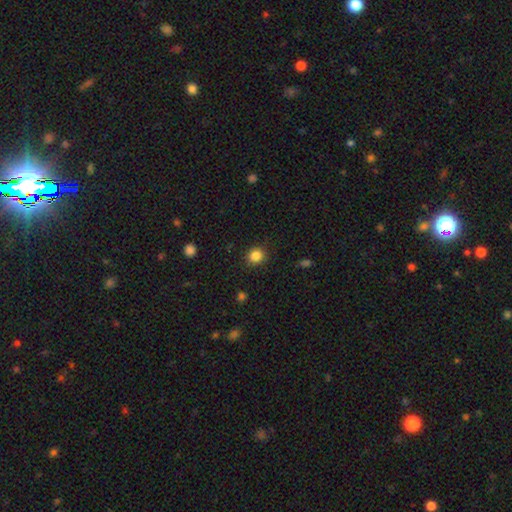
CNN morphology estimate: This appears to be a smooth galaxy with no disk features (85%) that is round (87%). Merging: none (88%).